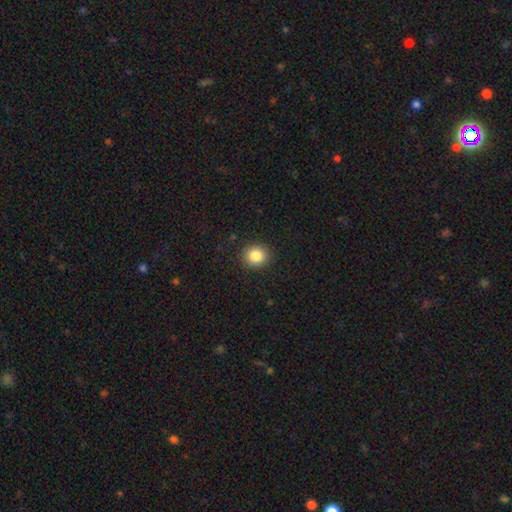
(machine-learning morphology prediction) type=smooth (86%); roundness=round (88%); merging=none (90%).